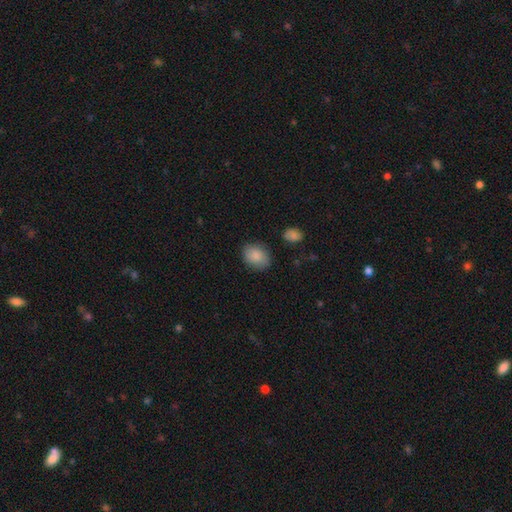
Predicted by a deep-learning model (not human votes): Morphology: type=smooth (87%); roundness=in between (61%); merging=none (80%).